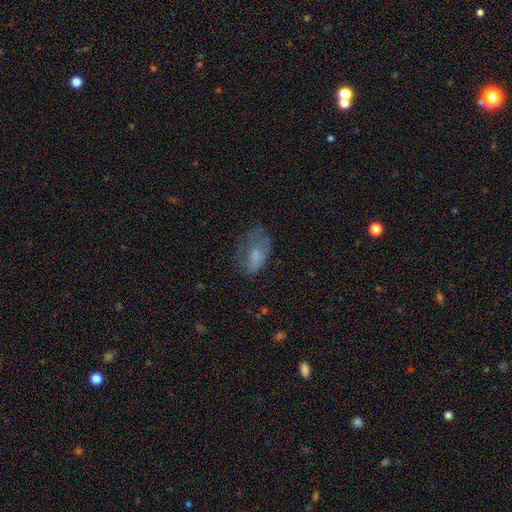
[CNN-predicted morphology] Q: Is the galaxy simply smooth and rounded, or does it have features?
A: smooth — 64%.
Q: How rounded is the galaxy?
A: in between — 89%.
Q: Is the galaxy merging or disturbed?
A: none — 40%.